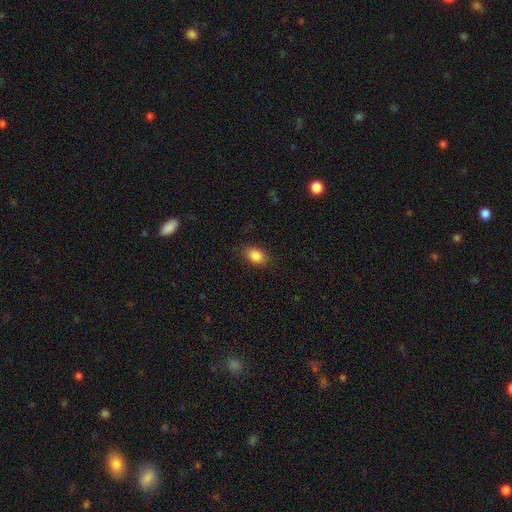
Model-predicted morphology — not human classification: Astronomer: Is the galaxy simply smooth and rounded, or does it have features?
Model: smooth — 87%.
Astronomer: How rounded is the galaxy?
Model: in between — 74%.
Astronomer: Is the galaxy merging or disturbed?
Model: none — 83%.